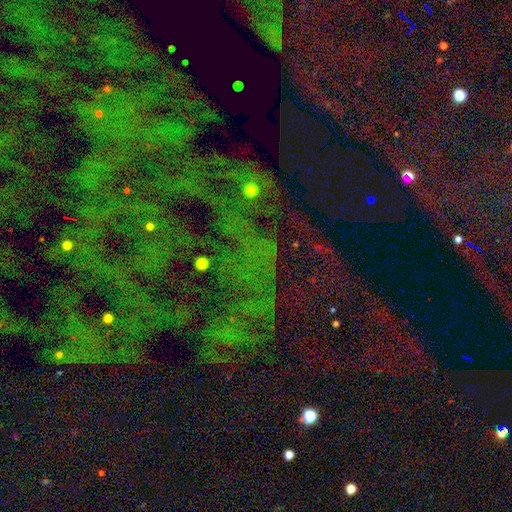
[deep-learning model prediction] Q: Smooth or featured?
A: star or artifact (83%); runner-up: smooth (9%)